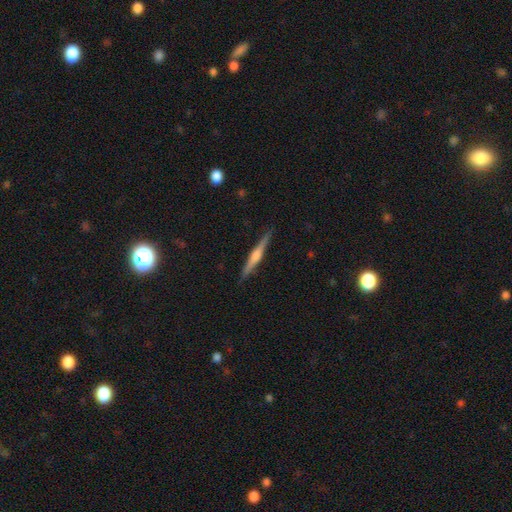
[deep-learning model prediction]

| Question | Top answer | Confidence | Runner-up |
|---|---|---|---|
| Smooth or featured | featured or disk | 72% | smooth (22%) |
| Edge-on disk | yes | 98% | no (2%) |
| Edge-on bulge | rounded | 81% | boxy (11%) |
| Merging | none | 90% | minor disturbance (7%) |